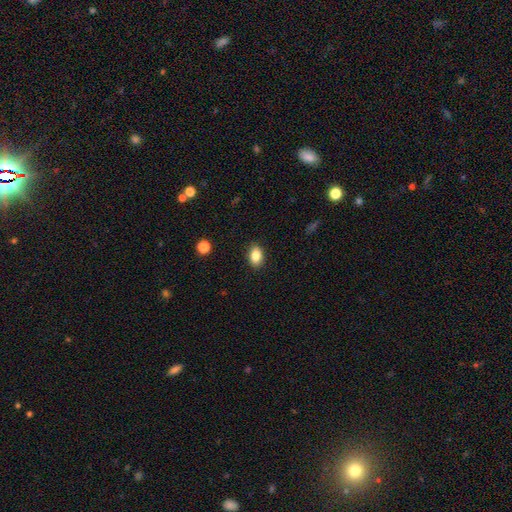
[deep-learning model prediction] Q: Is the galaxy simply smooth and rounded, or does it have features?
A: smooth — 85%.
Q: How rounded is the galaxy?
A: in between — 84%.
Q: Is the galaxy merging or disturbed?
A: none — 89%.